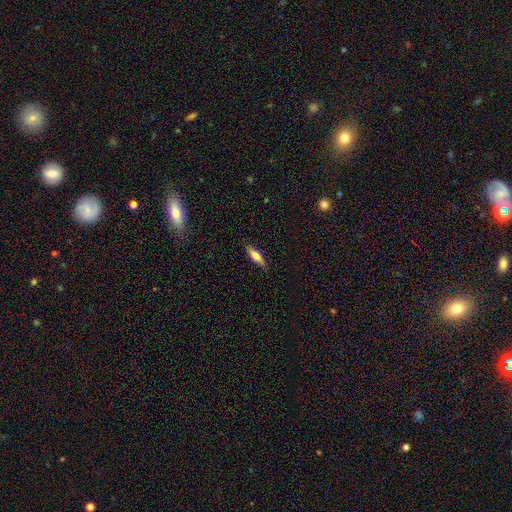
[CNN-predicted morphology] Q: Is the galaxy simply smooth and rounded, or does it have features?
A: smooth — 69%.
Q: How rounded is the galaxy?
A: cigar-shaped — 49%, tied with in between.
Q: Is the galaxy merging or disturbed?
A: none — 85%.